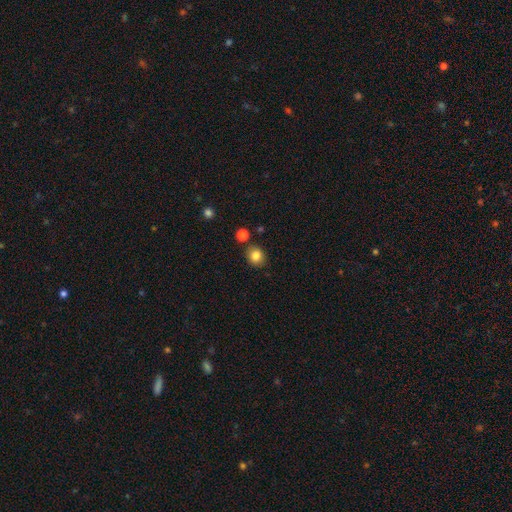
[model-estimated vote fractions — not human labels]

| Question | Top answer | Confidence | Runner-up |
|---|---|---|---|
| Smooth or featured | smooth | 83% | star or artifact (11%) |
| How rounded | round | 74% | in between (25%) |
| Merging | none | 84% | minor disturbance (9%) |